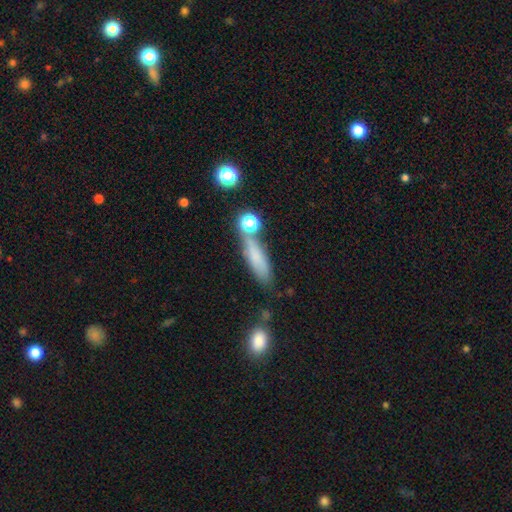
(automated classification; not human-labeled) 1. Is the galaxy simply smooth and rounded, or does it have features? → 72% smooth, 18% featured or disk, 9% star or artifact.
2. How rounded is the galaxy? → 67% cigar-shaped, 29% in between, 4% round.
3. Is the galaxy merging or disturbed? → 60% none, 18% minor disturbance, 15% merger, 7% major disturbance.